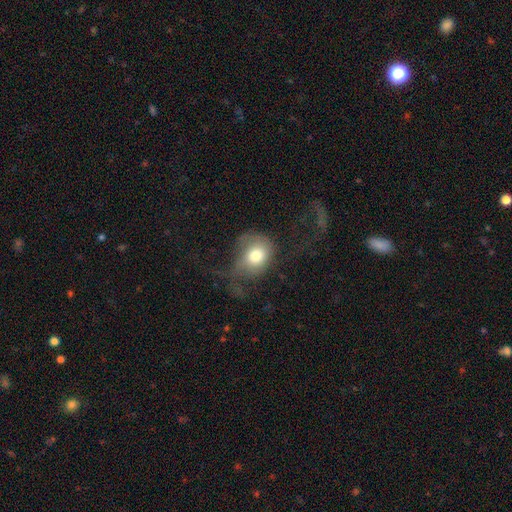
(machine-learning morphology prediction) Smooth or featured? smooth (70%)
How rounded? round (55%)
Merging? major disturbance (50%)